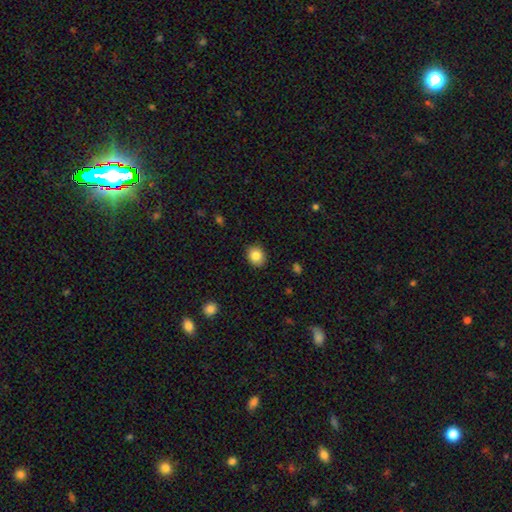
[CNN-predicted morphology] This appears to be a smooth galaxy with no disk features (84%) that is round (63%). Merging: none (88%).